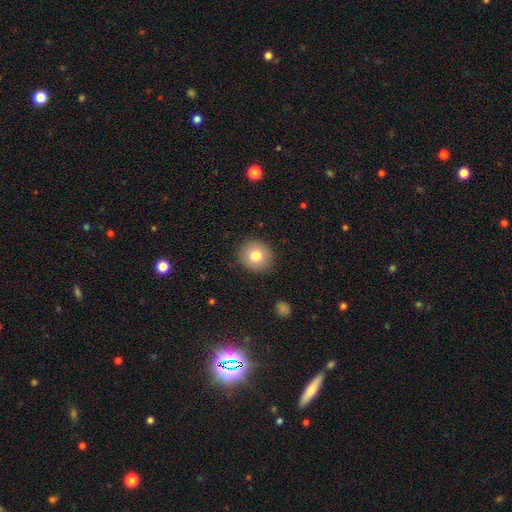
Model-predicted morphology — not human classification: Q: Smooth or featured?
A: smooth (79%); runner-up: featured or disk (12%)
Q: How rounded?
A: round (86%); runner-up: in between (13%)
Q: Merging?
A: none (89%); runner-up: minor disturbance (8%)